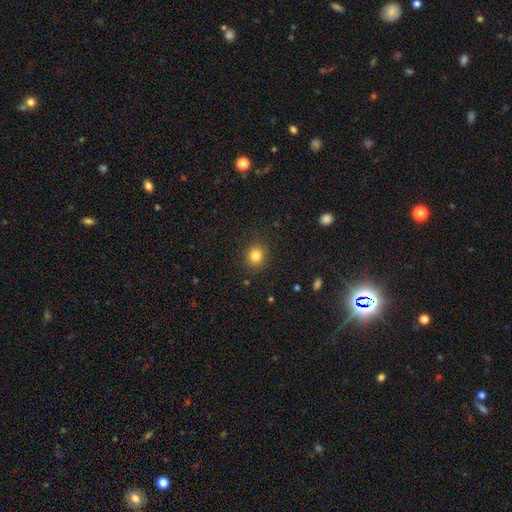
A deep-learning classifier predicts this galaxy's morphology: A smooth galaxy with no disk features (82%) that is round (78%). Merging: none (89%).